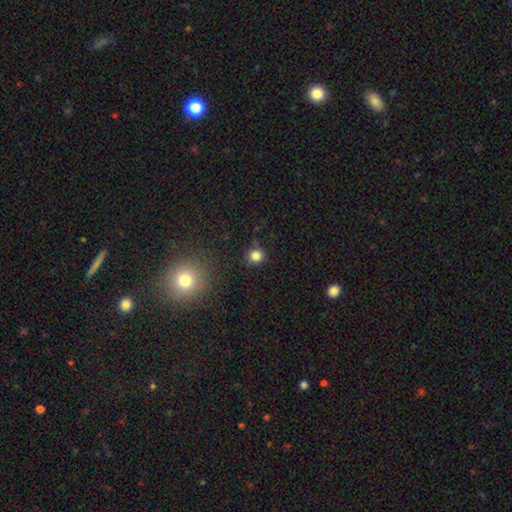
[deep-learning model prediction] This appears to be a smooth galaxy with no disk features (82%) that is round (90%). Merging: none (87%).